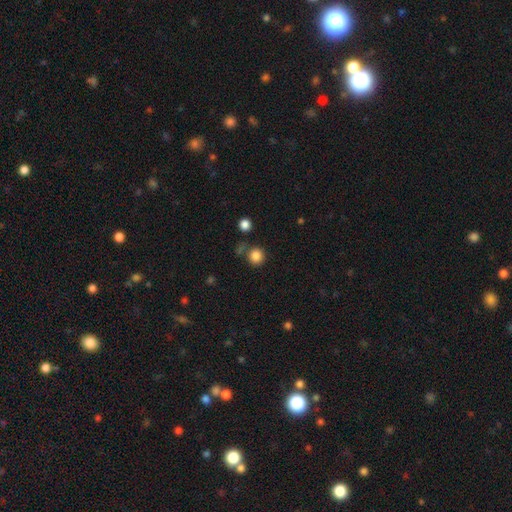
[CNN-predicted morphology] The model was most divided on "merging": none: 76%, merger: 11%, minor disturbance: 10%, major disturbance: 4%. More confident: how rounded — round (91%); smooth or featured — smooth (85%).